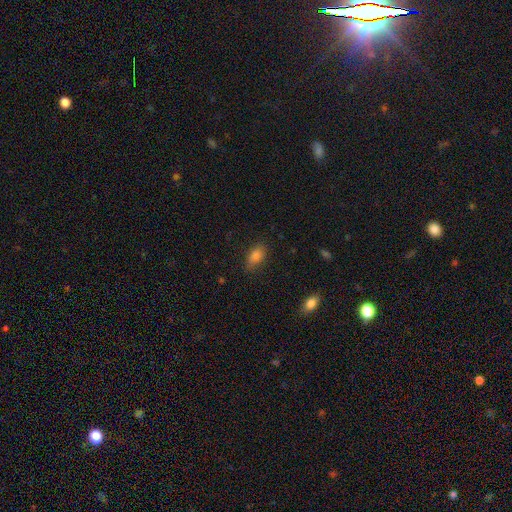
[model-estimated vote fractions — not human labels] Q: Smooth or featured?
A: smooth (82%); runner-up: star or artifact (11%)
Q: How rounded?
A: in between (86%); runner-up: round (8%)
Q: Merging?
A: none (76%); runner-up: minor disturbance (19%)